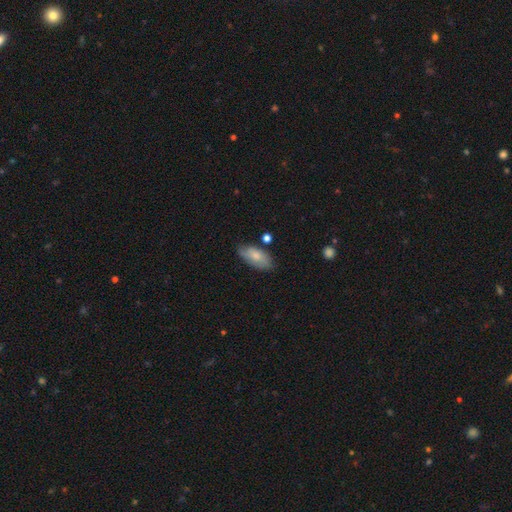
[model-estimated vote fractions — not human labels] This appears to be a smooth galaxy with no disk features (74%) that is in between round and cigar-shaped (90%). Merging: none (67%).